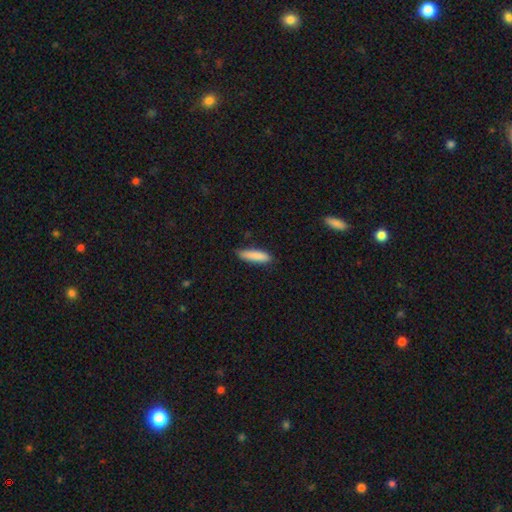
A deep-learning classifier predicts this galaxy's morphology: Smooth or featured: smooth — 86% (featured or disk — 7%)
How rounded: cigar-shaped — 74% (in between — 24%)
Merging: none — 81% (minor disturbance — 15%)